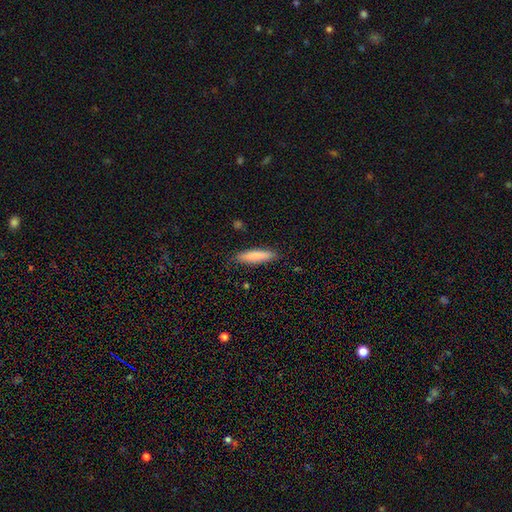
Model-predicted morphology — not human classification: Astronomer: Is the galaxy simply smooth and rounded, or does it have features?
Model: smooth — 82%.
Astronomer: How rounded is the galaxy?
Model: cigar-shaped — 77%.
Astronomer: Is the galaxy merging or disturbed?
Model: none — 87%.